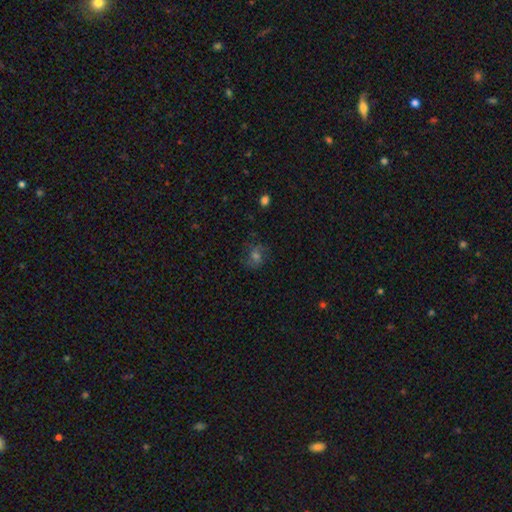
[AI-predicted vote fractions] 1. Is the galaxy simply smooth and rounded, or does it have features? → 40% featured or disk, 35% smooth, 25% star or artifact.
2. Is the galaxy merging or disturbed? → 73% none, 16% minor disturbance, 9% major disturbance, 2% merger.